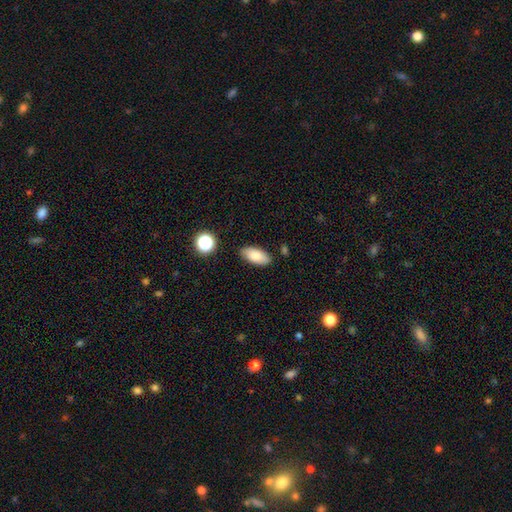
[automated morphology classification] Smooth or featured? smooth (82%)
How rounded? in between (91%)
Merging? none (84%)